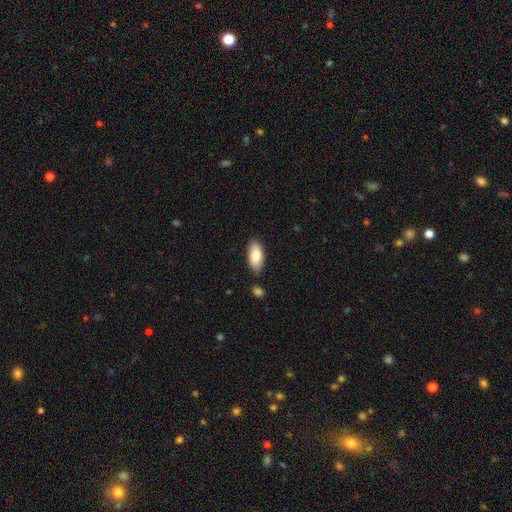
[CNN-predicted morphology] Overall: smooth (84%). How rounded: in between (89%). Merging: none (80%).